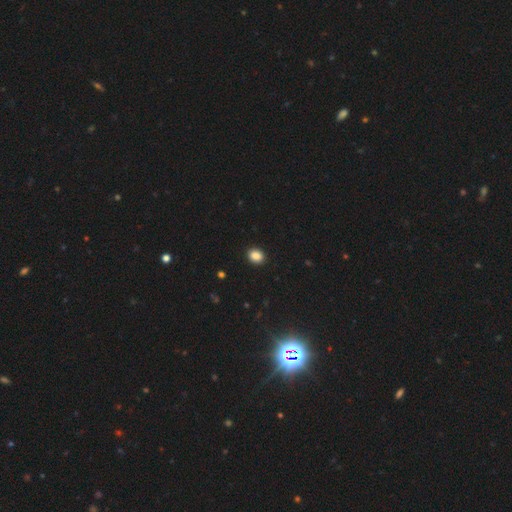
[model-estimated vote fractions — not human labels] Smooth or featured?
  - smooth: 88% *
  - star or artifact: 9%
  - featured or disk: 3%
How rounded?
  - in between: 52% *
  - round: 47%
  - cigar-shaped: 1%
Merging?
  - none: 91% *
  - minor disturbance: 6%
  - major disturbance: 2%
  - merger: 1%